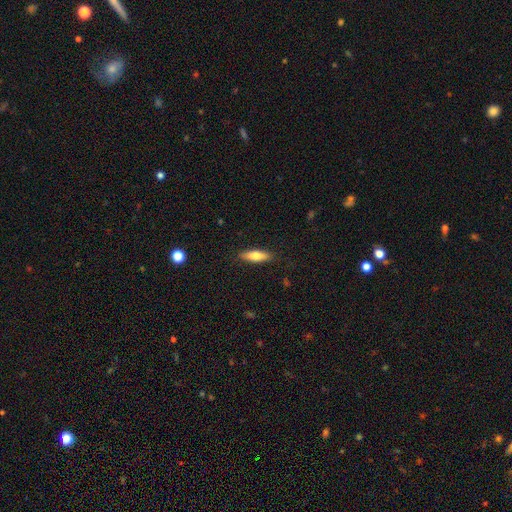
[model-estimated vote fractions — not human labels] A smooth galaxy with no disk features (72%) that is cigar-shaped (51%). Merging: none (87%).